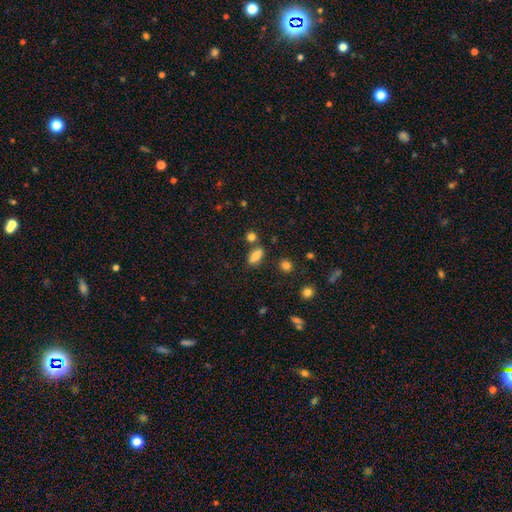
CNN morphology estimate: smooth_or_featured: smooth (p=0.83) [alt: star or artifact p=0.10]
how_rounded: in between (p=0.77) [alt: cigar-shaped p=0.16]
merging: none (p=0.73) [alt: minor disturbance p=0.13]